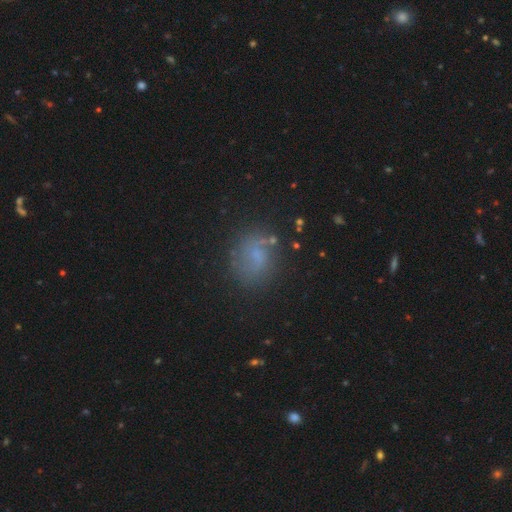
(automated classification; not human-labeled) A smooth galaxy with no disk features (53%) that is round (52%).

Vote fractions:
- Smooth or featured? smooth: 53% / featured or disk: 31% / star or artifact: 17%
- How rounded? round: 52% / in between: 47% / cigar-shaped: 2%
- Merging? none: 70% / minor disturbance: 18% / major disturbance: 8% / merger: 4%